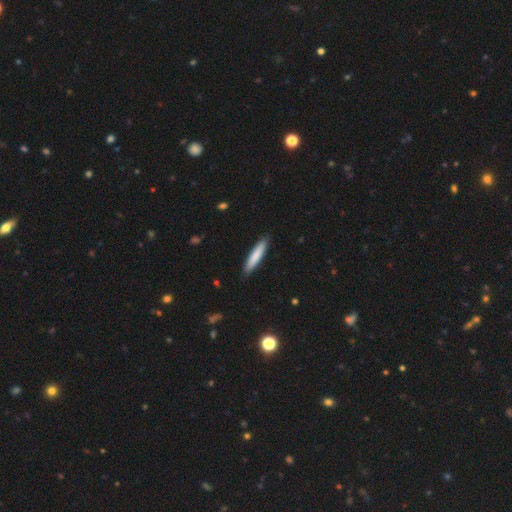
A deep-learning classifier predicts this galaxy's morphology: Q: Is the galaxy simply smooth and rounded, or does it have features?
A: smooth — 81%.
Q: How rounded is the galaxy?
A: cigar-shaped — 87%.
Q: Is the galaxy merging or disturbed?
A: none — 89%.